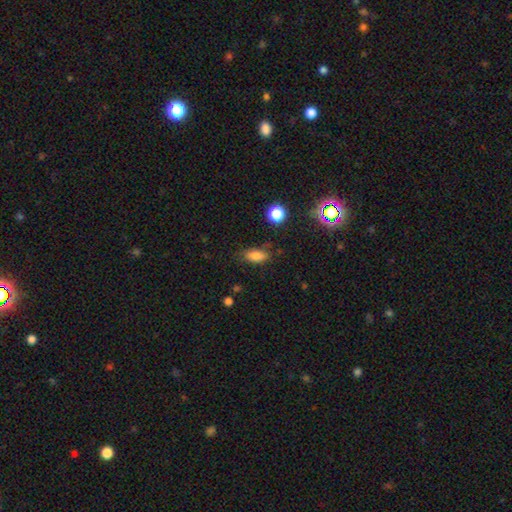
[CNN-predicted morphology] smooth 81%, star or artifact 11%, featured or disk 8%. Down the decision tree: how rounded — in between (81%); merging — none (76%).